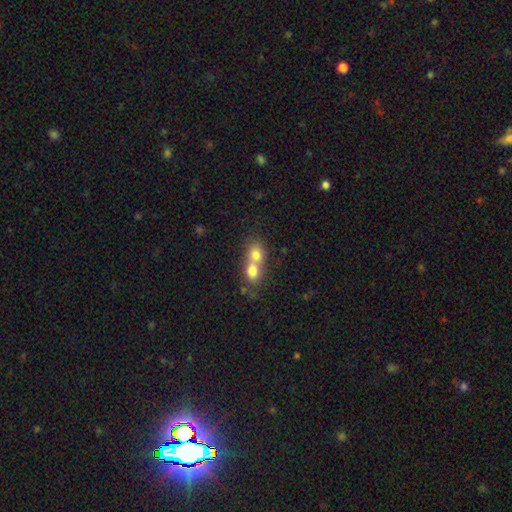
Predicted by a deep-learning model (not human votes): A smooth galaxy with no disk features (74%) that is round (57%). Merging: merger (74%).